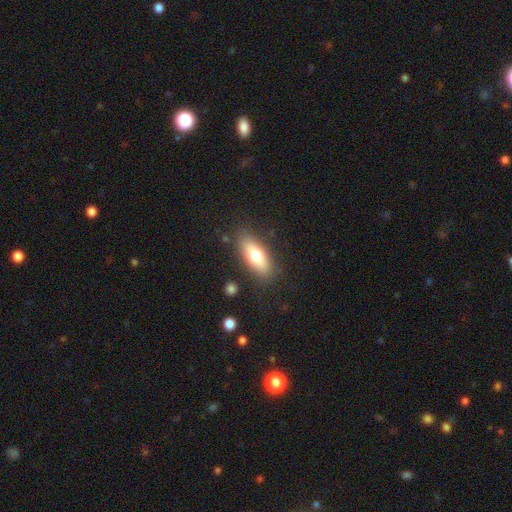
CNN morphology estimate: A smooth galaxy with no disk features (68%) that is in between round and cigar-shaped (68%).

Vote fractions:
- Smooth or featured? smooth: 68% / featured or disk: 26% / star or artifact: 7%
- How rounded? in between: 68% / cigar-shaped: 29% / round: 3%
- Merging? none: 83% / minor disturbance: 11% / major disturbance: 3% / merger: 2%